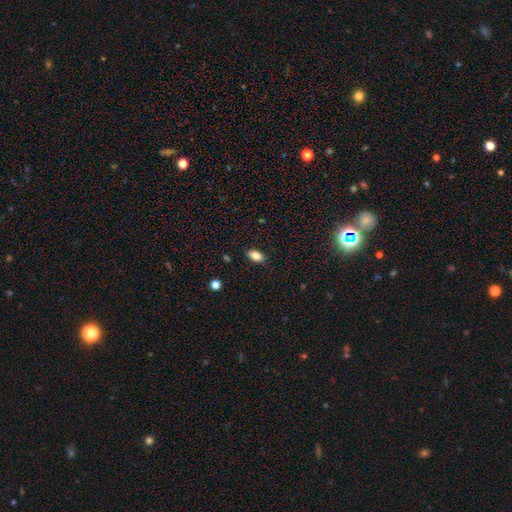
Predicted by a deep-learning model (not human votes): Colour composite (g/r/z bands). It shows a smooth galaxy with no disk features (85%) that is in between round and cigar-shaped (89%). Merging: none (86%).